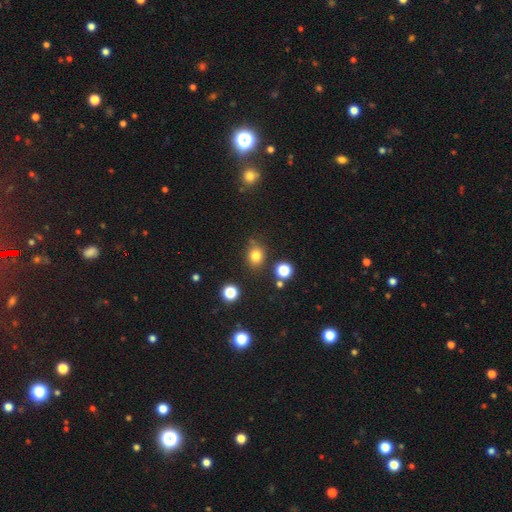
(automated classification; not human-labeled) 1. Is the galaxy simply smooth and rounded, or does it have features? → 78% smooth, 15% star or artifact, 6% featured or disk.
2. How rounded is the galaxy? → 62% round, 37% in between, 1% cigar-shaped.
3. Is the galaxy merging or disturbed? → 76% none, 15% minor disturbance, 5% merger, 4% major disturbance.